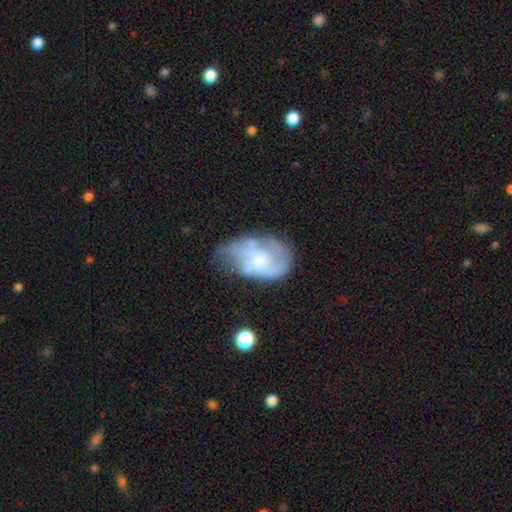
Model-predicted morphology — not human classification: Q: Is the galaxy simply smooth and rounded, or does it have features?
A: featured or disk — 62%.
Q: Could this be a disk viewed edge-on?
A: no — 96%.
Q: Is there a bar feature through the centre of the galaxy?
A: no — 68%.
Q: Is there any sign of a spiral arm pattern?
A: yes — 73%.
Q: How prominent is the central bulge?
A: moderate — 48%.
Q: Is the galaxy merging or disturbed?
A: none — 38%.